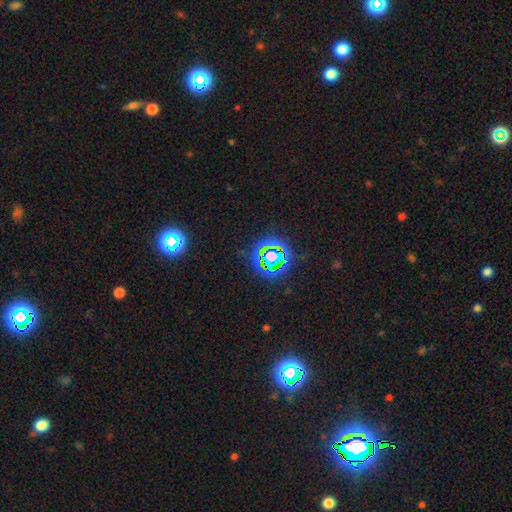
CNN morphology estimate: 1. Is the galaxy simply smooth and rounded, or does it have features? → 78% star or artifact, 14% smooth, 8% featured or disk.